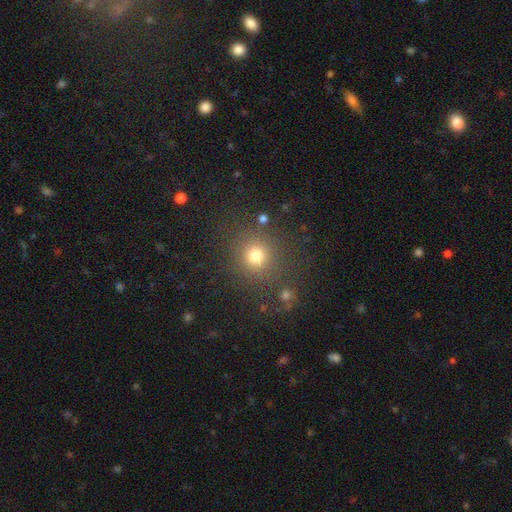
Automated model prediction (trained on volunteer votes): This is likely a smooth galaxy (77%). How rounded: clearly round (90%). Merging: clearly none (81%).